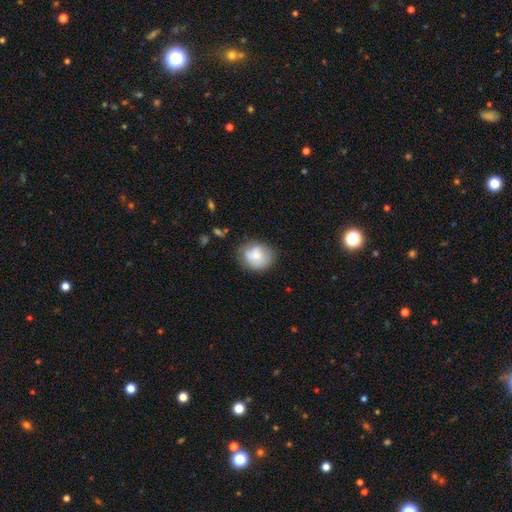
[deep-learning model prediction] Overall: smooth (76%). How rounded: round (64%; in between 35%). Merging: none (67%).